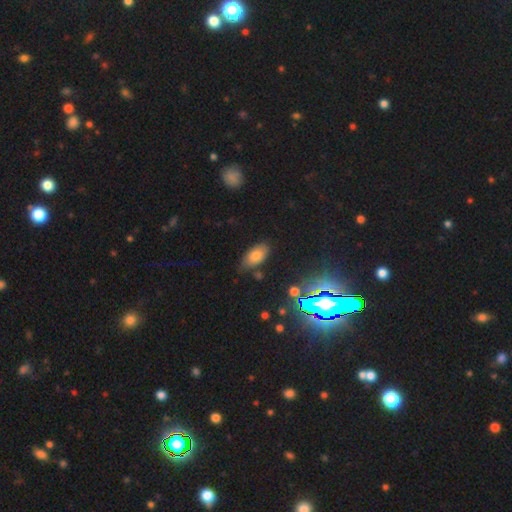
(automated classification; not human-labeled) Q: Smooth or featured?
A: smooth (75%); runner-up: star or artifact (14%)
Q: How rounded?
A: in between (91%); runner-up: round (5%)
Q: Merging?
A: none (72%); runner-up: minor disturbance (21%)